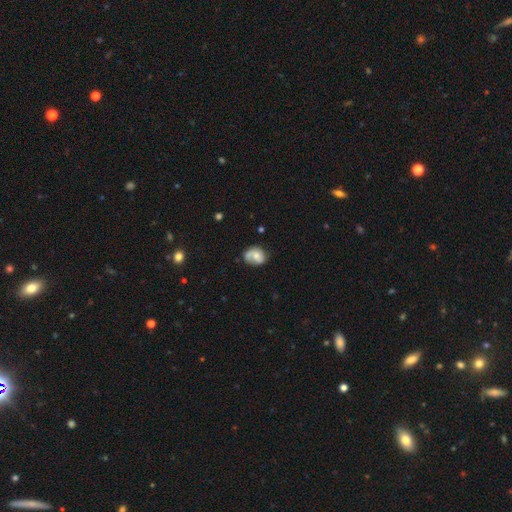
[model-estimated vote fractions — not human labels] Q: Smooth or featured?
A: featured or disk (50%); runner-up: smooth (42%)
Q: Merging?
A: none (58%); runner-up: minor disturbance (27%)